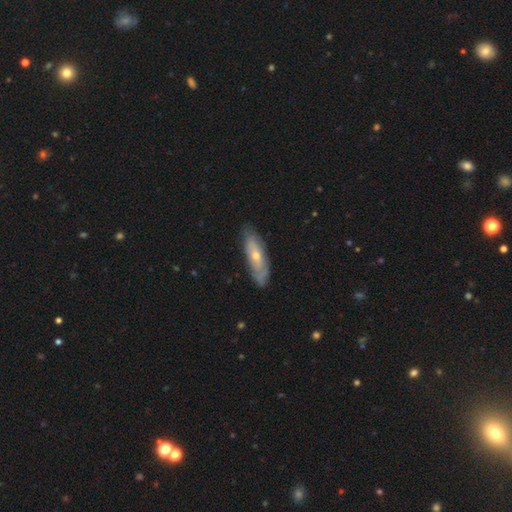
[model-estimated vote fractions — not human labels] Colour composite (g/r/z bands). It shows a featured or disk galaxy (56%). Merging: none (78%).